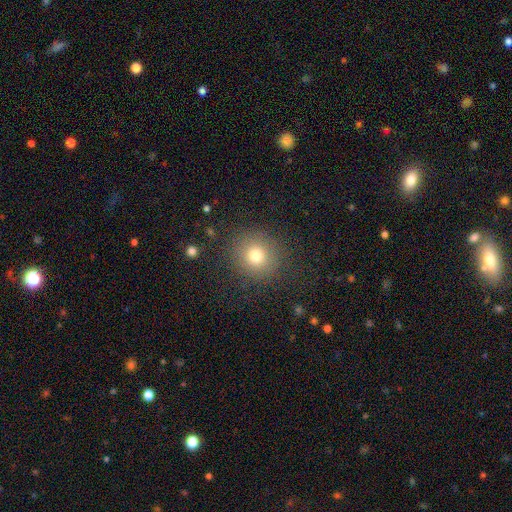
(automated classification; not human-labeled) Smooth or featured? Predicted: smooth (p=0.76). How rounded? Predicted: round (p=0.91). Merging? Predicted: none (p=0.87).